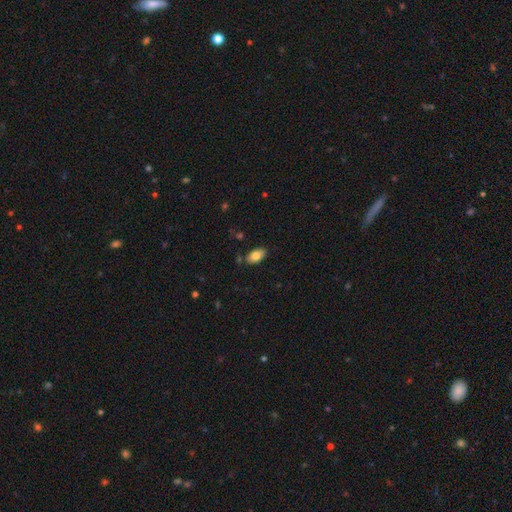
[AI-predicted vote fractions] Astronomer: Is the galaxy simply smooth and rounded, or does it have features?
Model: smooth — 81%.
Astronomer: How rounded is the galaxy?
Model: in between — 93%.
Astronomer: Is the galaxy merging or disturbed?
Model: none — 83%.